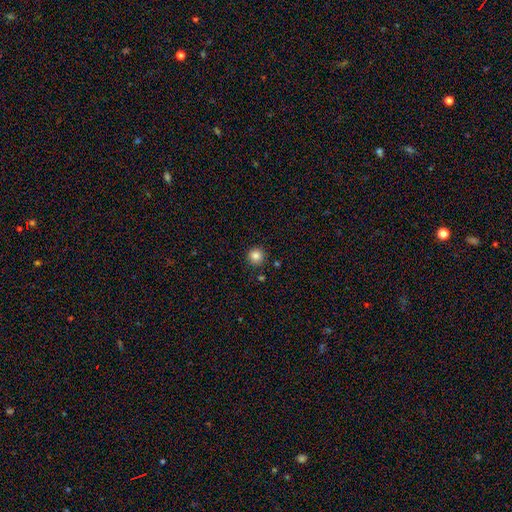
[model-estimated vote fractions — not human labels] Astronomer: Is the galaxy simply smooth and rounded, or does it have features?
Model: smooth — 84%.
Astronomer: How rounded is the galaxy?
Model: round — 95%.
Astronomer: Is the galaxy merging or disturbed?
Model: none — 89%.